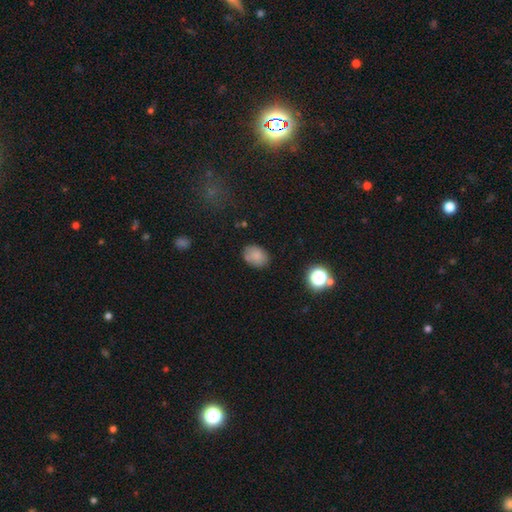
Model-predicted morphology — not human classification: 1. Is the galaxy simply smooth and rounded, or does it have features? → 82% smooth, 11% star or artifact, 7% featured or disk.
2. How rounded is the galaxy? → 71% in between, 28% round, 1% cigar-shaped.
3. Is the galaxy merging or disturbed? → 78% none, 16% minor disturbance, 4% major disturbance, 3% merger.